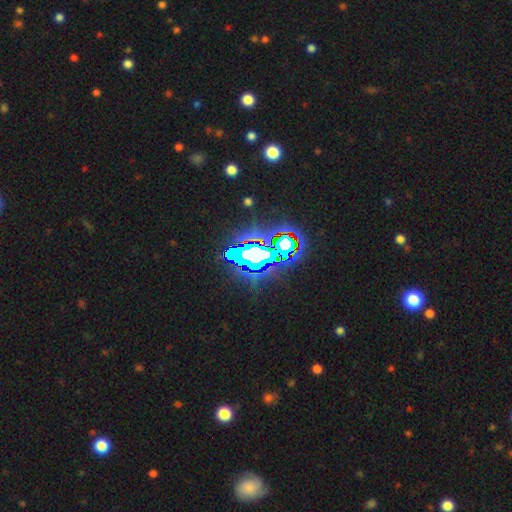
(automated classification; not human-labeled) smooth_or_featured: star or artifact (p=0.62) [alt: featured or disk p=0.24]